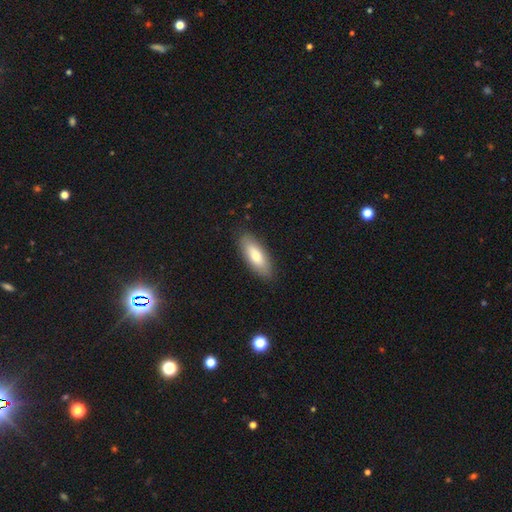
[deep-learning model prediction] Q: Smooth or featured?
A: smooth (75%); runner-up: featured or disk (19%)
Q: How rounded?
A: in between (73%); runner-up: cigar-shaped (25%)
Q: Merging?
A: none (87%); runner-up: minor disturbance (9%)